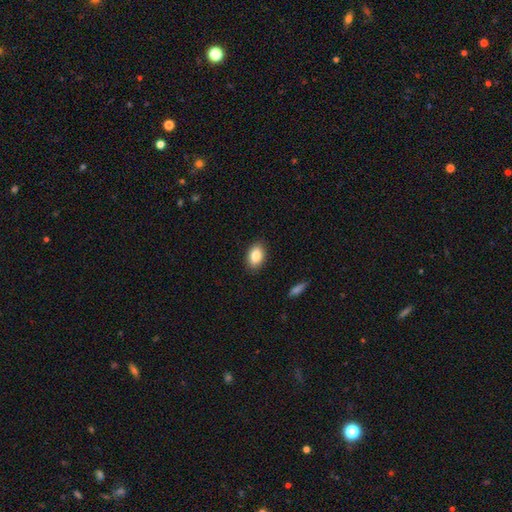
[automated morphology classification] Q: Smooth or featured?
A: smooth (84%); runner-up: featured or disk (9%)
Q: How rounded?
A: in between (89%); runner-up: round (10%)
Q: Merging?
A: none (89%); runner-up: minor disturbance (8%)